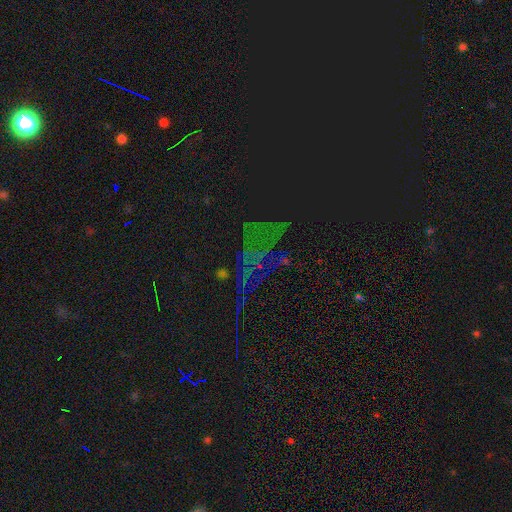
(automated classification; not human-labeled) A star or artifact, not a galaxy (65%).